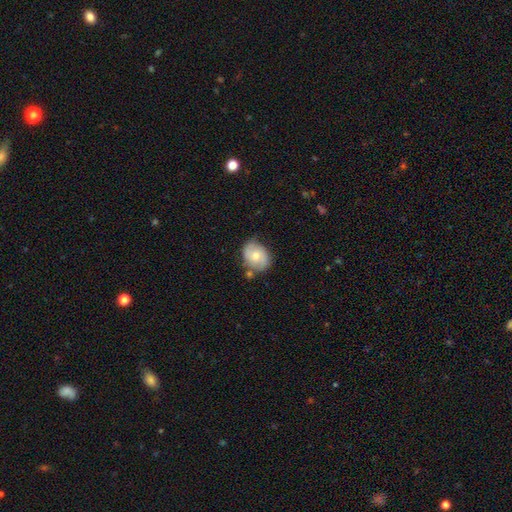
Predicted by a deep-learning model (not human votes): This is possibly a smooth galaxy (48%). Merging: likely none (65%).